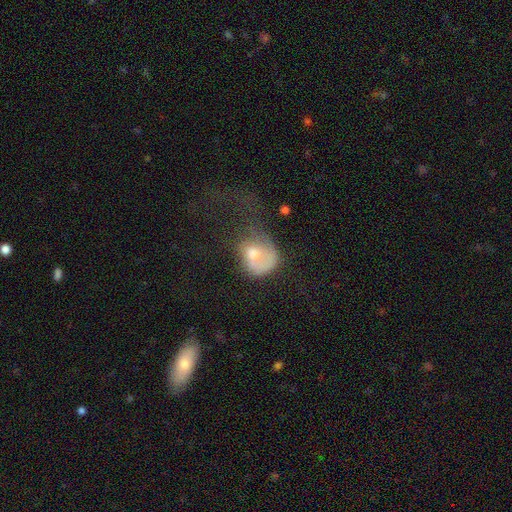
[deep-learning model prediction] Overall: smooth (58%; featured or disk 33%). How rounded: round (56%; in between 43%). Merging: major disturbance (52%; none 19%).